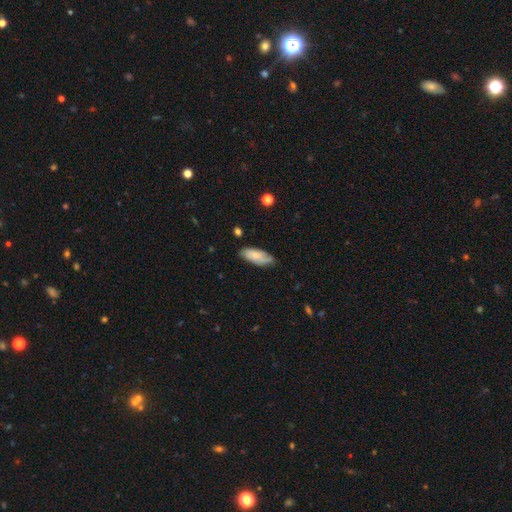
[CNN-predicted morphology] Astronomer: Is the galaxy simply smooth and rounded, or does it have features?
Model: smooth — 61%.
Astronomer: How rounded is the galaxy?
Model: in between — 82%.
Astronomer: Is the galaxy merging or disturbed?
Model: none — 68%.